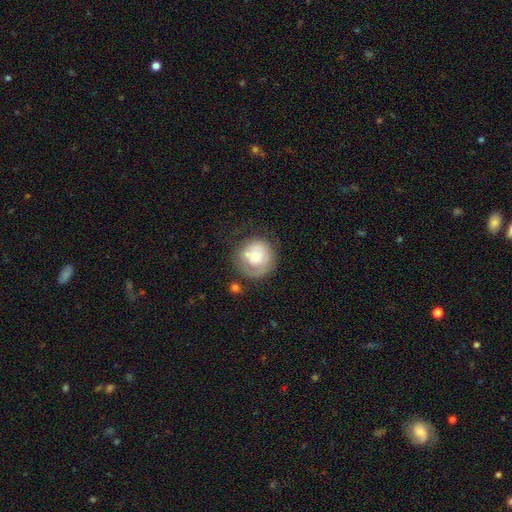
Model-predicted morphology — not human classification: Smooth or featured?
  - smooth: 58% *
  - featured or disk: 35%
  - star or artifact: 8%
How rounded?
  - round: 89% *
  - in between: 10%
  - cigar-shaped: 1%
Merging?
  - none: 55% *
  - minor disturbance: 22%
  - major disturbance: 16%
  - merger: 7%